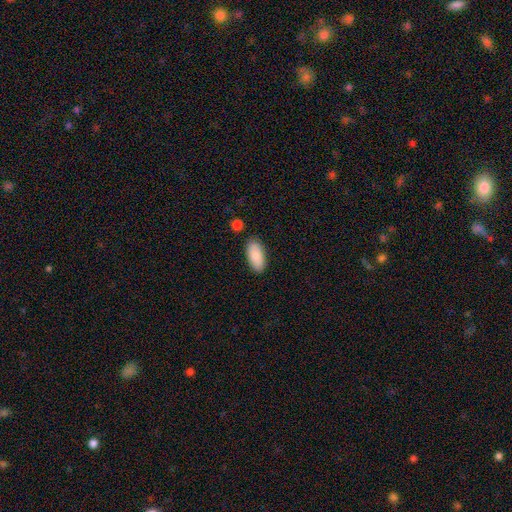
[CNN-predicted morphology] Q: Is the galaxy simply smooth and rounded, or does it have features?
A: smooth — 88%.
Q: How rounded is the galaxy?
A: in between — 91%.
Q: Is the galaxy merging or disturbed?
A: none — 85%.